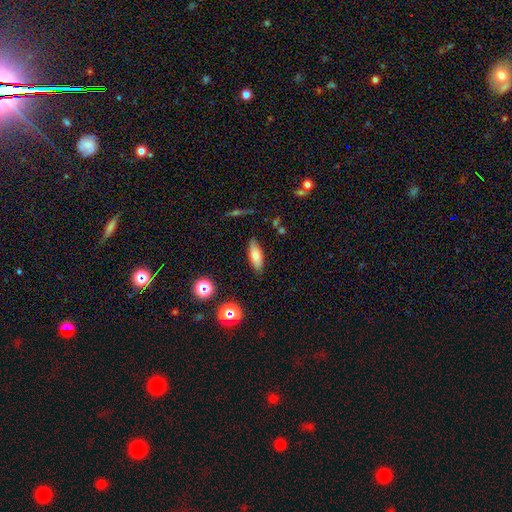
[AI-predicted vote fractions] smooth-or-featured: smooth: 73% | featured or disk: 18% | star or artifact: 10%
  how-rounded: in between: 72% | cigar-shaped: 25% | round: 3%
  merging: none: 80% | minor disturbance: 14% | major disturbance: 3% | merger: 2%